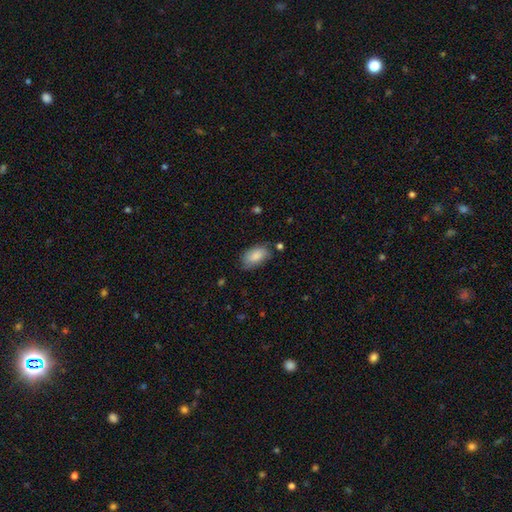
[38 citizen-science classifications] Overall: smooth (84%). How rounded: in between (97%). Merging: none (69%).